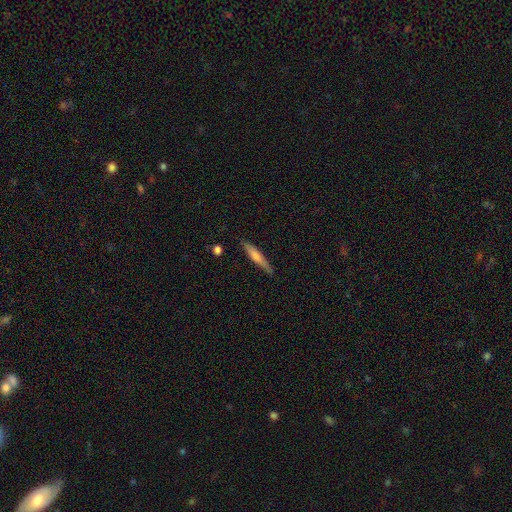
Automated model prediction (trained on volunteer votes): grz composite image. It shows a featured or disk galaxy (50%). Merging: none (87%).